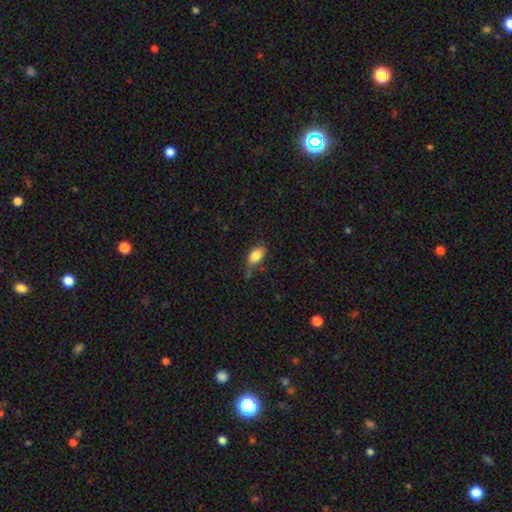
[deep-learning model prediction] Overall: smooth (83%). How rounded: in between (89%). Merging: none (59%; minor disturbance 29%).